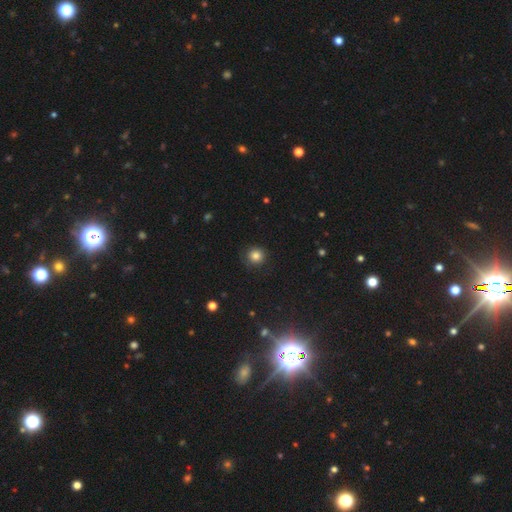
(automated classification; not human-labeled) Overall: smooth (82%). How rounded: round (93%). Merging: none (86%).